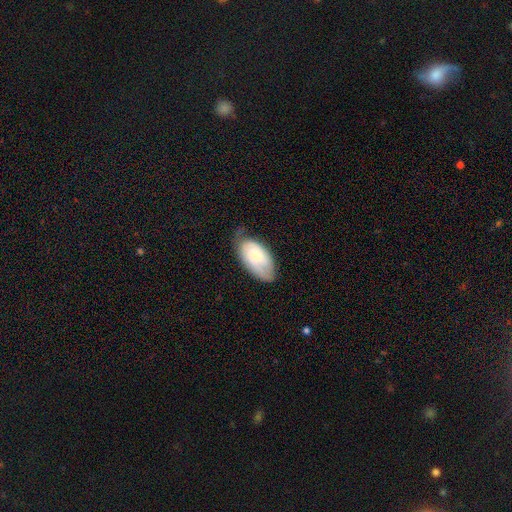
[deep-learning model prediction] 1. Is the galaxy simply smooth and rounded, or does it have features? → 63% smooth, 31% featured or disk, 6% star or artifact.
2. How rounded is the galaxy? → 95% in between, 3% round, 2% cigar-shaped.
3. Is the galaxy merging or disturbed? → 52% none, 36% minor disturbance, 10% major disturbance, 1% merger.